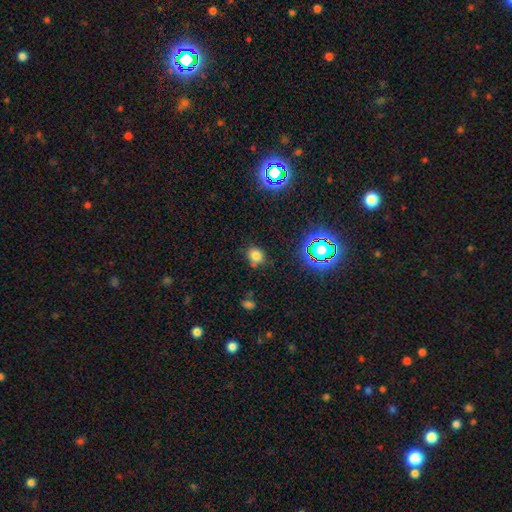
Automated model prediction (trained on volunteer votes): Smooth or featured: smooth — 74% (star or artifact — 20%)
How rounded: round — 67% (in between — 32%)
Merging: none — 75% (minor disturbance — 16%)